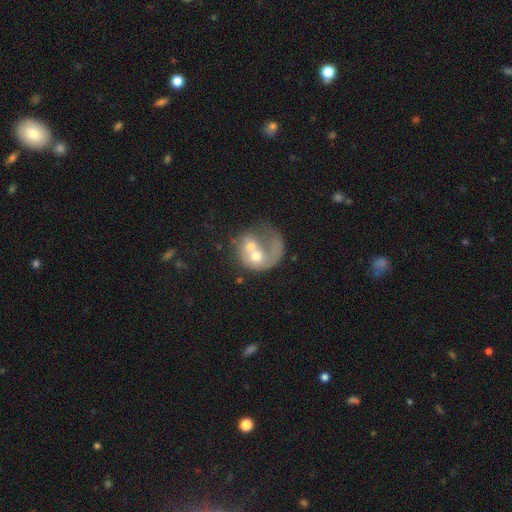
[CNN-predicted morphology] Smooth or featured: featured or disk — 61% (smooth — 31%)
Edge-on disk: no — 97% (yes — 3%)
Bar: no — 82% (weak — 15%)
Spiral arms: yes — 55% (no — 45%)
Bulge size: moderate — 60% (small — 24%)
Merging: merger — 61% (major disturbance — 18%)